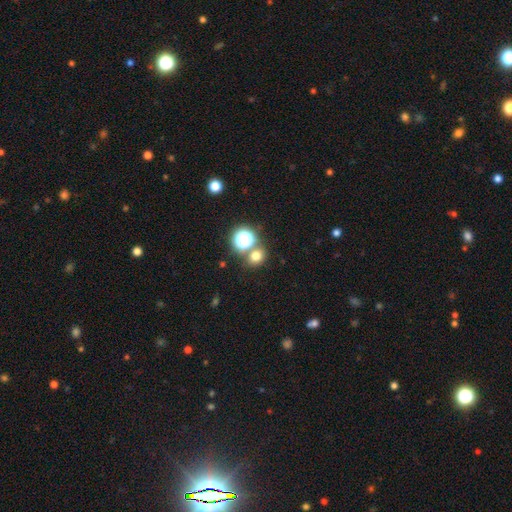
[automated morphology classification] smooth-or-featured: smooth: 70% | star or artifact: 23% | featured or disk: 7%
  how-rounded: round: 76% | in between: 23% | cigar-shaped: 1%
  merging: none: 70% | merger: 18% | minor disturbance: 8% | major disturbance: 3%